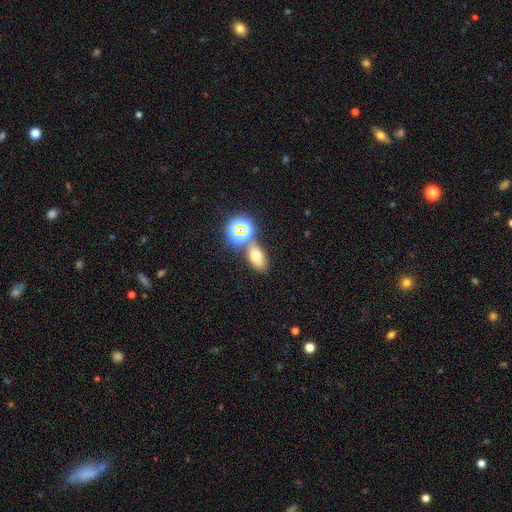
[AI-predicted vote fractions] Morphology: type=smooth (60%); roundness=in between (77%); merging=none (65%).